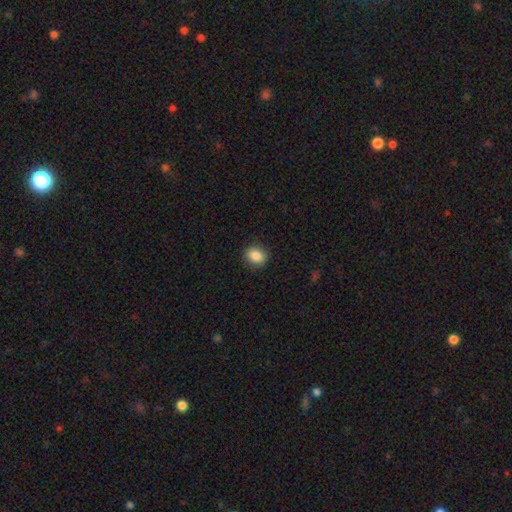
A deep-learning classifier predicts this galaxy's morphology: Q: Smooth or featured?
A: smooth (87%); runner-up: star or artifact (9%)
Q: How rounded?
A: round (59%); runner-up: in between (40%)
Q: Merging?
A: none (88%); runner-up: minor disturbance (9%)